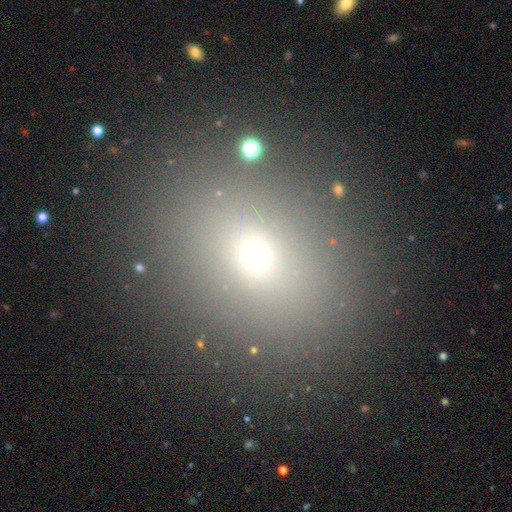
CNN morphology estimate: smooth 63%, star or artifact 23%, featured or disk 13%. Down the decision tree: how rounded — in between (64%); merging — none (82%).